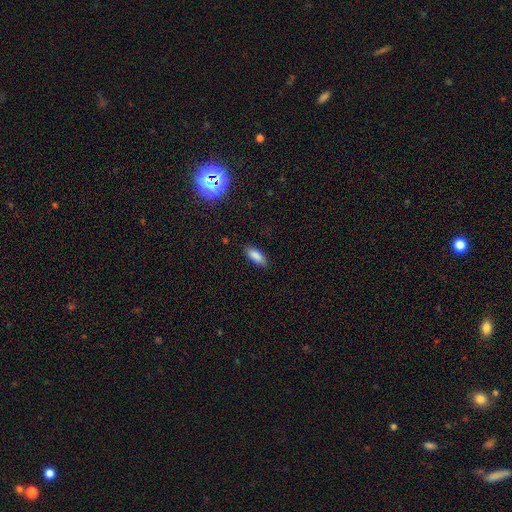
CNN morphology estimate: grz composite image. It shows a smooth galaxy with no disk features (86%) that is in between round and cigar-shaped (77%). Merging: none (85%).